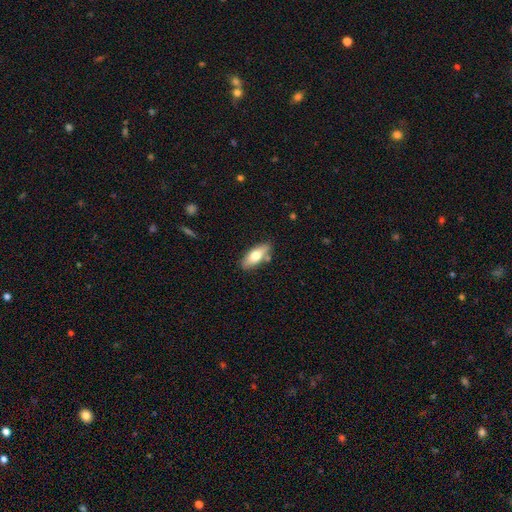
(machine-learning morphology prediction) Smooth or featured: smooth — 67% (featured or disk — 27%)
How rounded: in between — 75% (cigar-shaped — 23%)
Merging: none — 79% (minor disturbance — 13%)